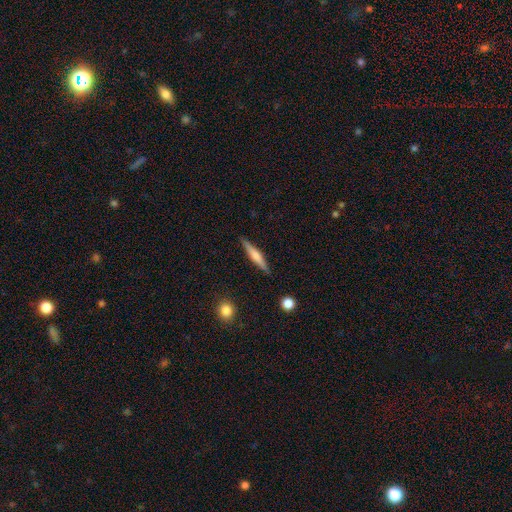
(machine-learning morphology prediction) This appears to be a featured or disk galaxy (49%). Merging: none (89%).